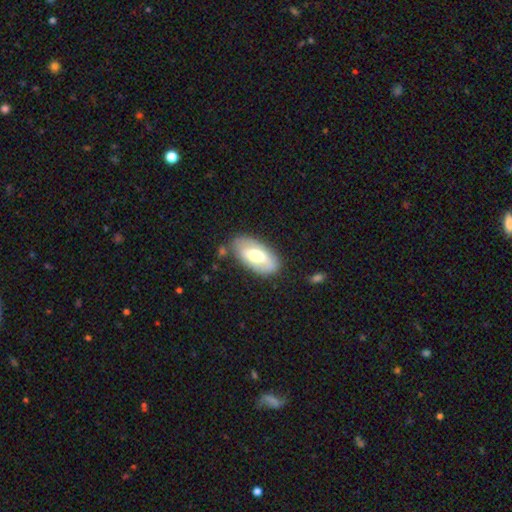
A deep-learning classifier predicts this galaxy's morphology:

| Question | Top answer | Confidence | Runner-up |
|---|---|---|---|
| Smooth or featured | featured or disk | 47% | tied: smooth (47%) |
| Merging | none | 77% | minor disturbance (15%) |